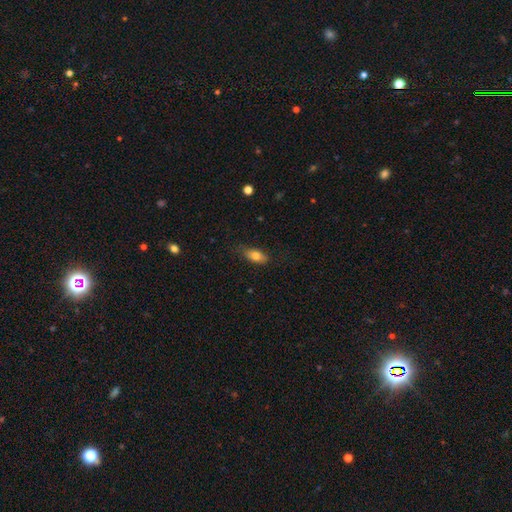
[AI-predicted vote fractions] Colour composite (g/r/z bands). It shows a smooth galaxy with no disk features (78%) that is in between round and cigar-shaped (83%). Merging: none (77%).